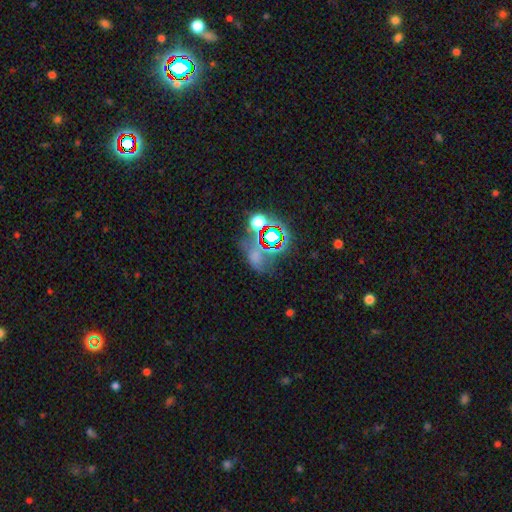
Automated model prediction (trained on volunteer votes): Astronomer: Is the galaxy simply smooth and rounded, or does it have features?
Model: star or artifact — 44% (runner-up: smooth, 40%).